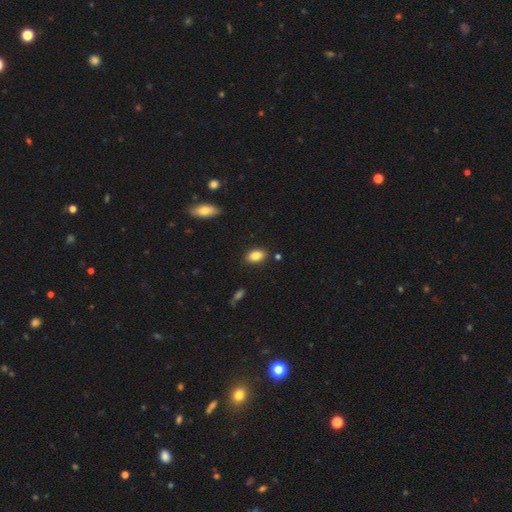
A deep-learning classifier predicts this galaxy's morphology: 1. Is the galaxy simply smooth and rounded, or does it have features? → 85% smooth, 8% star or artifact, 7% featured or disk.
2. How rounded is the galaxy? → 89% in between, 7% round, 3% cigar-shaped.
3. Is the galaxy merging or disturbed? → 85% none, 10% minor disturbance, 2% merger, 2% major disturbance.